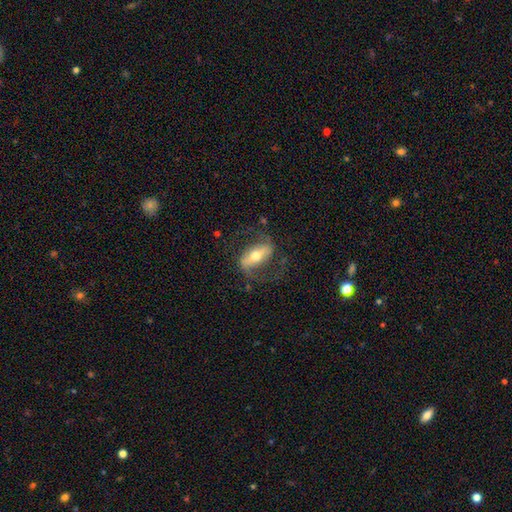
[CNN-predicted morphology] The model was most divided on "bar": strong: 63%, weak: 22%, no: 15%. More confident: edge-on disk — no (84%); spiral arms — yes (77%); smooth or featured — featured or disk (72%); merging — none (67%); bulge size — moderate (65%).